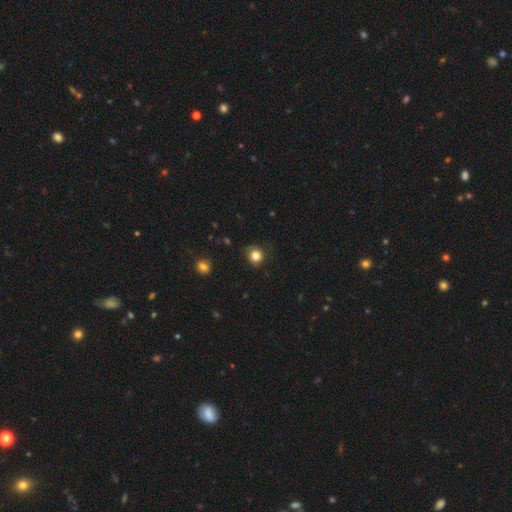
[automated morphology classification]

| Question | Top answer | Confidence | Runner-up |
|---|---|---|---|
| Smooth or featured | smooth | 83% | star or artifact (12%) |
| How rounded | round | 87% | in between (12%) |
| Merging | none | 78% | minor disturbance (16%) |